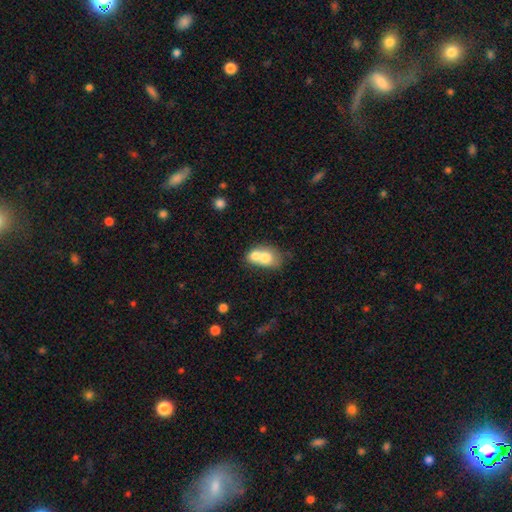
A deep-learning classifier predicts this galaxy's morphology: Smooth or featured?
  - smooth: 69% *
  - featured or disk: 23%
  - star or artifact: 8%
How rounded?
  - in between: 58% *
  - round: 41%
  - cigar-shaped: 1%
Merging?
  - merger: 72% *
  - none: 18%
  - minor disturbance: 6%
  - major disturbance: 3%